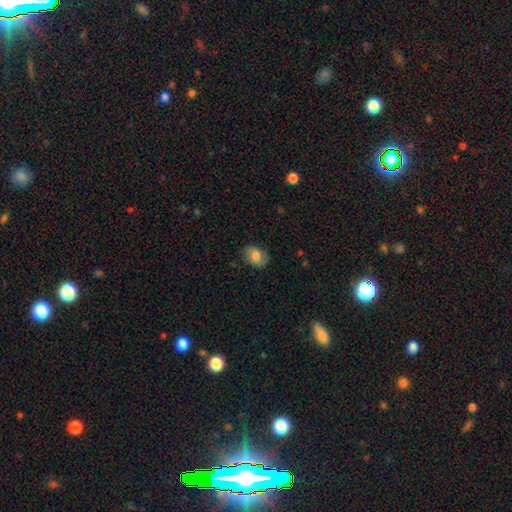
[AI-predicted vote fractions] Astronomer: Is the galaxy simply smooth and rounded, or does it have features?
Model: smooth — 77%.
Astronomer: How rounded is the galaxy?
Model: in between — 68%.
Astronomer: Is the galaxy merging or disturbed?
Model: none — 78%.